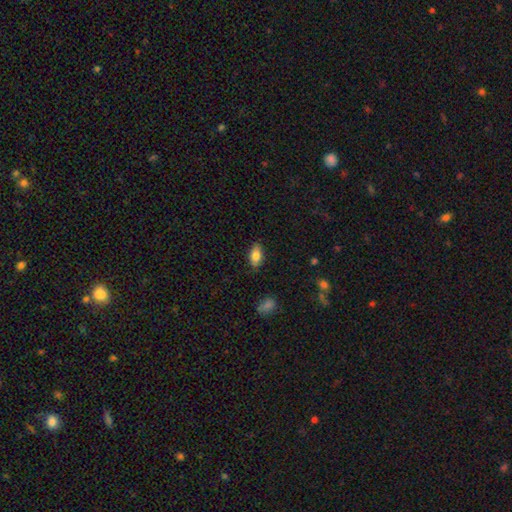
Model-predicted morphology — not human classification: smooth 79%, featured or disk 13%, star or artifact 8%. Down the decision tree: how rounded — in between (88%); merging — none (84%).